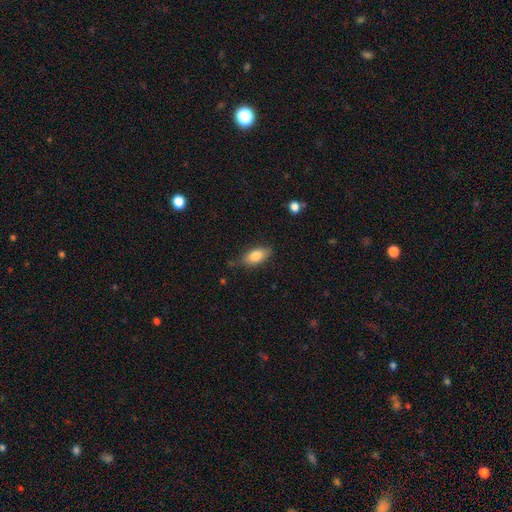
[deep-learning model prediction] This is clearly a smooth galaxy (83%). How rounded: clearly in between (89%). Merging: likely none (79%).